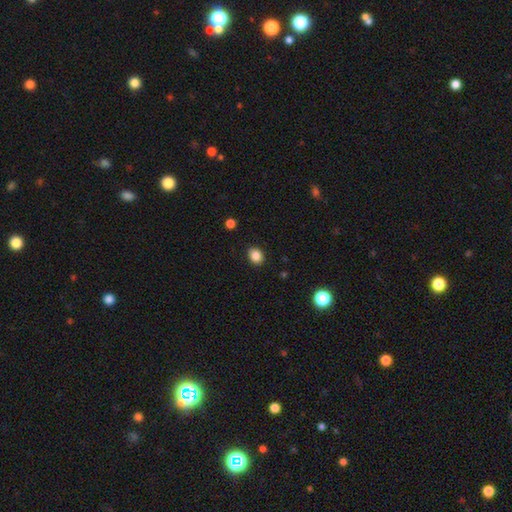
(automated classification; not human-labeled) smooth-or-featured: smooth: 86% | star or artifact: 10% | featured or disk: 4%
  how-rounded: round: 56% | in between: 44% | cigar-shaped: 1%
  merging: none: 89% | minor disturbance: 8% | major disturbance: 2% | merger: 1%